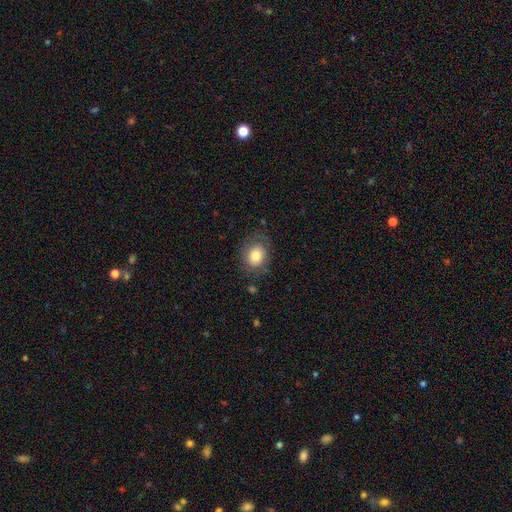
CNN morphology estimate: Smooth or featured? smooth (77%)
How rounded? in between (56%)
Merging? none (72%)